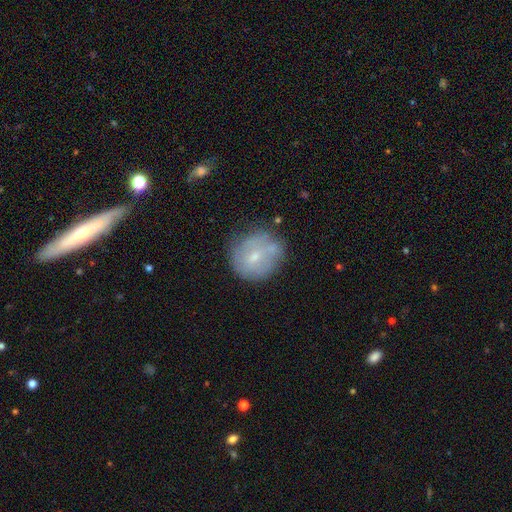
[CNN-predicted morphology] Smooth or featured?
  - smooth: 54% *
  - featured or disk: 37%
  - star or artifact: 9%
How rounded?
  - round: 84% *
  - in between: 15%
  - cigar-shaped: 1%
Merging?
  - none: 59% *
  - minor disturbance: 25%
  - major disturbance: 9%
  - merger: 7%